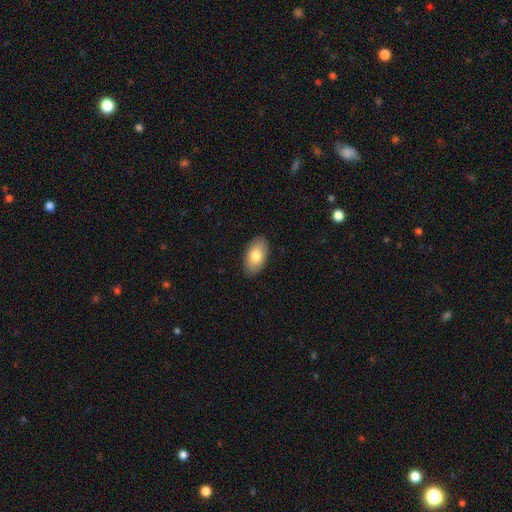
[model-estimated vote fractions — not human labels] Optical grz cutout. It shows a smooth galaxy with no disk features (80%) that is in between round and cigar-shaped (94%). Merging: none (88%).